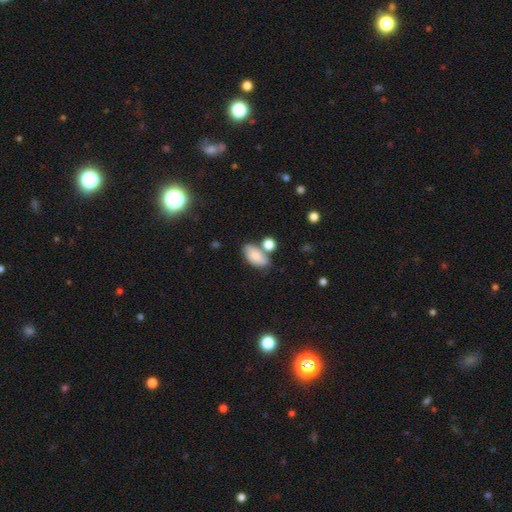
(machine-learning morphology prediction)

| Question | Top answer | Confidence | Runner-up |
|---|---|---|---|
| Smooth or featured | smooth | 77% | featured or disk (14%) |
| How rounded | in between | 90% | round (6%) |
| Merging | none | 52% | merger (23%) |